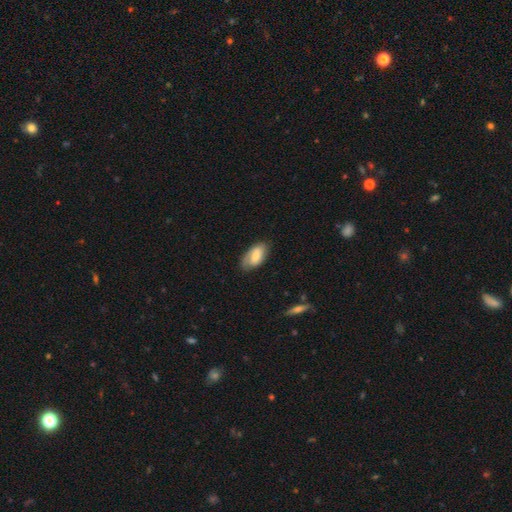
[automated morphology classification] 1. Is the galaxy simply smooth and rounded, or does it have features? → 62% smooth, 32% featured or disk, 6% star or artifact.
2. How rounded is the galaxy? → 93% in between, 4% round, 3% cigar-shaped.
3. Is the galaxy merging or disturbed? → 75% none, 20% minor disturbance, 4% major disturbance, 1% merger.